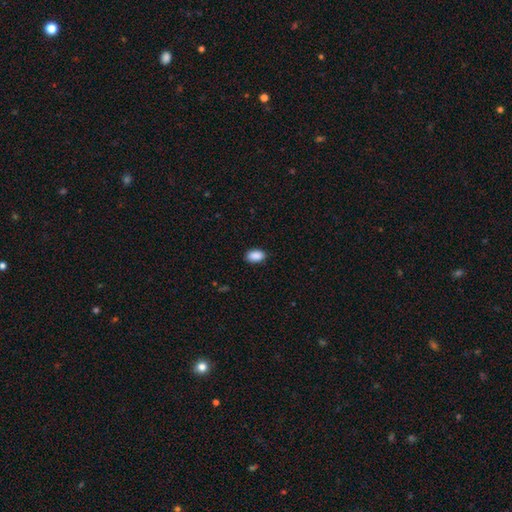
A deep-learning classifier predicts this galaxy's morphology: This is clearly a smooth galaxy (90%). How rounded: clearly in between (90%). Merging: clearly none (88%).